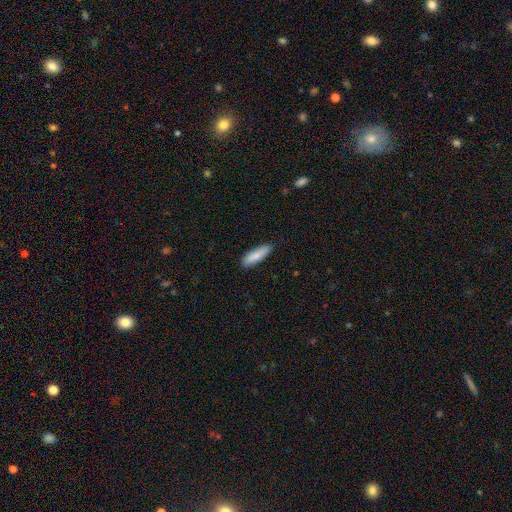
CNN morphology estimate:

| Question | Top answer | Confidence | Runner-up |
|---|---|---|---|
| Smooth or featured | smooth | 81% | featured or disk (13%) |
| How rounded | cigar-shaped | 55% | in between (44%) |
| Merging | none | 83% | minor disturbance (14%) |